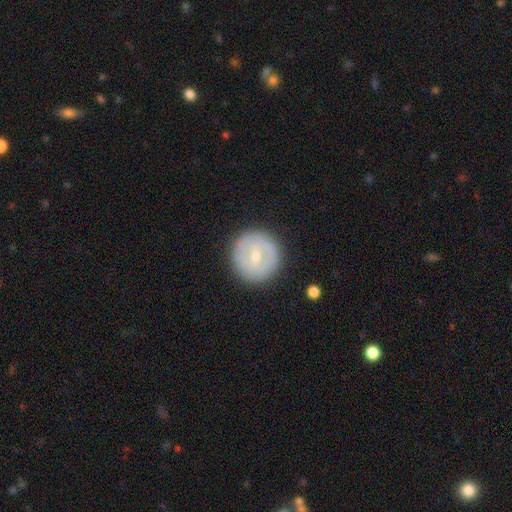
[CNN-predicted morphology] smooth_or_featured: smooth (p=0.49) [alt: featured or disk p=0.44]
merging: none (p=0.87) [alt: minor disturbance p=0.09]